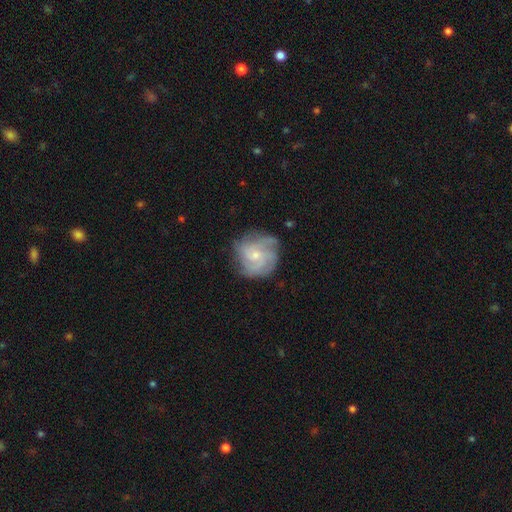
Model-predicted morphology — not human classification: Smooth or featured? Predicted: featured or disk (p=0.74). Edge-on disk? Predicted: no (p=0.98). Bar? Predicted: no (p=0.71). Spiral arms? Predicted: yes (p=0.92). Spiral winding? Predicted: tight (p=0.51). Spiral arm count? Predicted: can't tell (p=0.29). Bulge size? Predicted: small (p=0.62). Merging? Predicted: none (p=0.70).